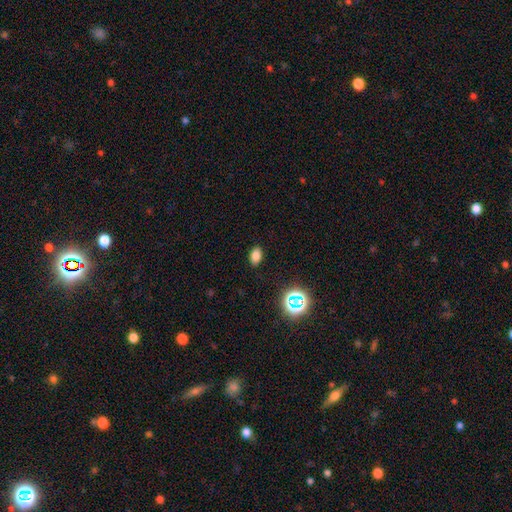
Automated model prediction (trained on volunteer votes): Smooth or featured? Predicted: smooth (p=0.77). How rounded? Predicted: in between (p=0.87). Merging? Predicted: none (p=0.88).